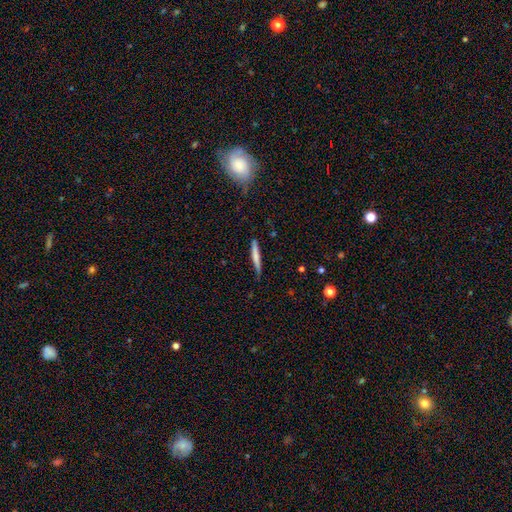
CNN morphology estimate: smooth 69%, featured or disk 25%, star or artifact 6%. Down the decision tree: how rounded — cigar-shaped (94%); merging — none (76%).